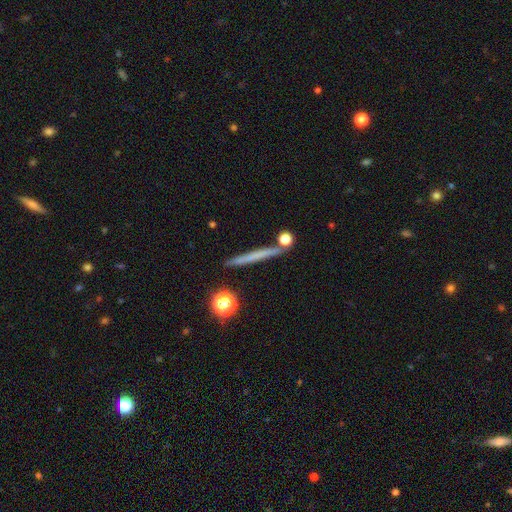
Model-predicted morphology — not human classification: type=smooth (50%); roundness=cigar-shaped (93%); merging=none (85%).